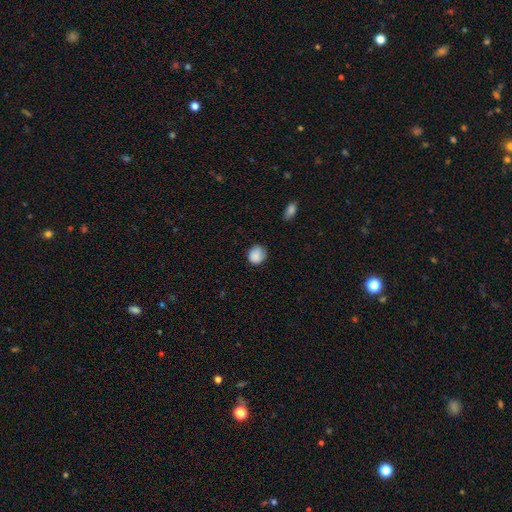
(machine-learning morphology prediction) Smooth or featured: smooth — 85% (star or artifact — 8%)
How rounded: round — 81% (in between — 18%)
Merging: none — 71% (minor disturbance — 23%)